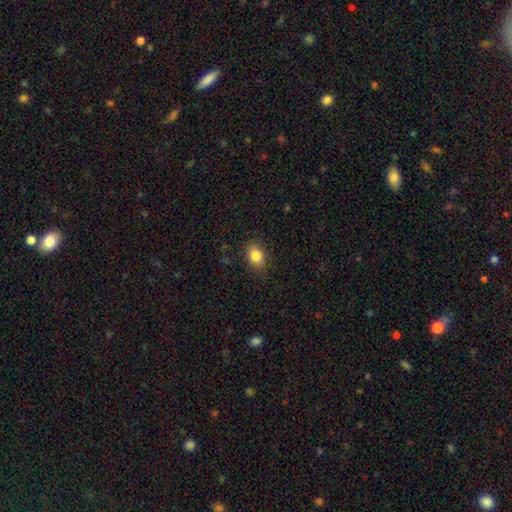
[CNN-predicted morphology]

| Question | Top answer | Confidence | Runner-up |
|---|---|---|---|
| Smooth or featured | smooth | 85% | star or artifact (9%) |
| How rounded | in between | 74% | round (25%) |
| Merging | none | 86% | minor disturbance (10%) |